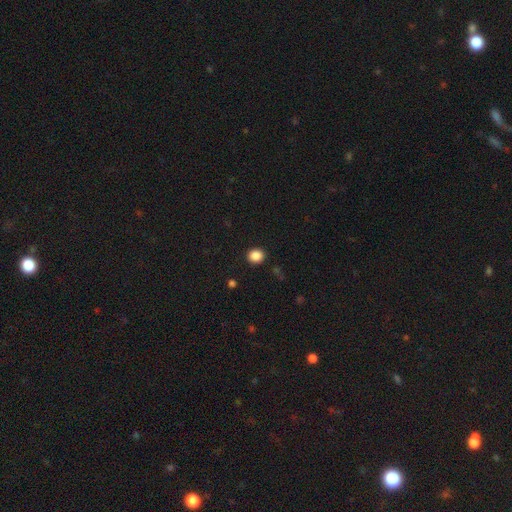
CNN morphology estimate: Q: Smooth or featured?
A: smooth (86%); runner-up: star or artifact (10%)
Q: How rounded?
A: round (78%); runner-up: in between (21%)
Q: Merging?
A: none (91%); runner-up: minor disturbance (6%)